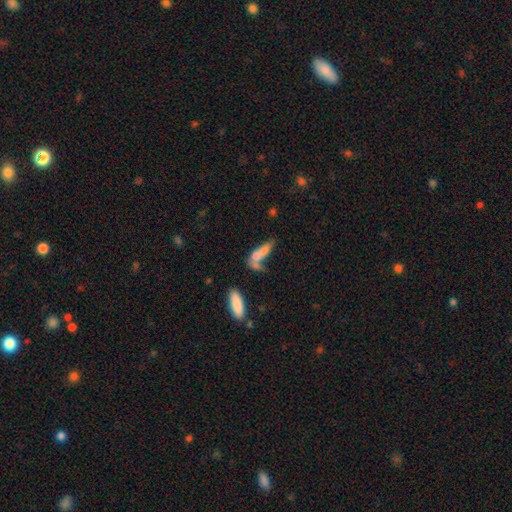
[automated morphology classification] Smooth or featured?
  - smooth: 64% *
  - featured or disk: 25%
  - star or artifact: 11%
How rounded?
  - cigar-shaped: 50% *
  - in between: 46%
  - round: 5%
Merging?
  - merger: 46% *
  - none: 29%
  - minor disturbance: 12%
  - major disturbance: 12%